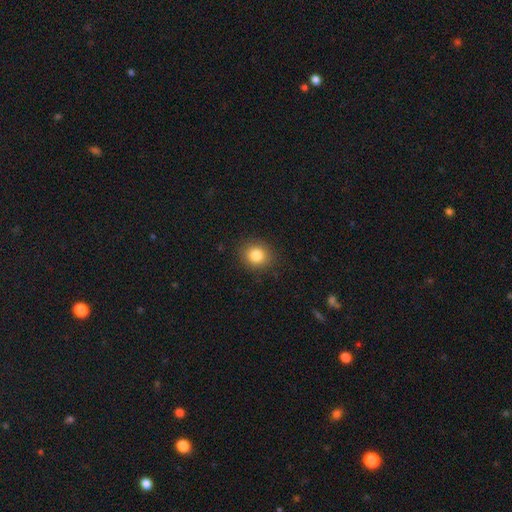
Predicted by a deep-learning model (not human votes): Morphology: type=smooth (83%); roundness=round (79%); merging=none (89%).